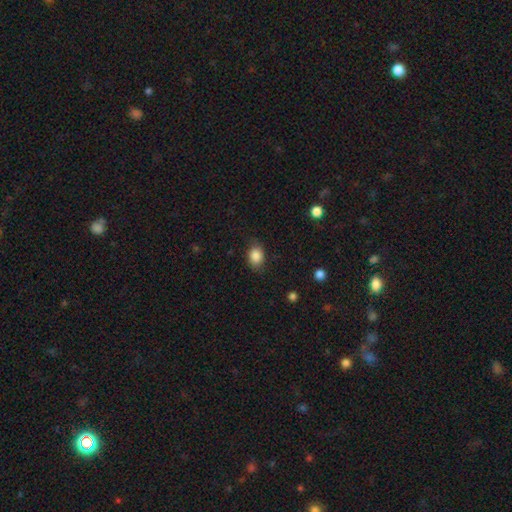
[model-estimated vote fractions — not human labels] The model was most divided on "how rounded": in between: 63%, round: 36%, cigar-shaped: 1%. More confident: smooth or featured — smooth (86%); merging — none (79%).